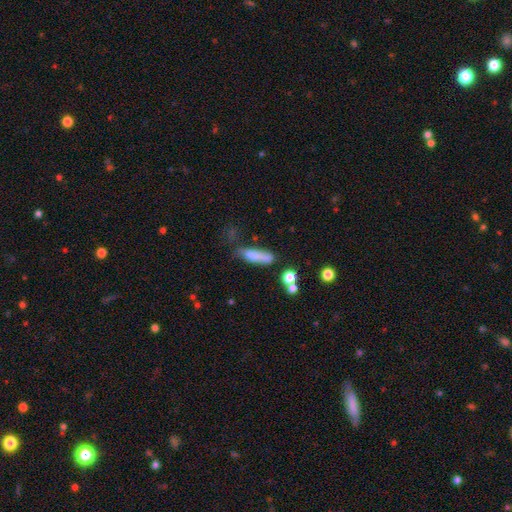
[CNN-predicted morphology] This is likely a smooth galaxy (74%). How rounded: likely cigar-shaped (65%). Merging: marginally none (44%).